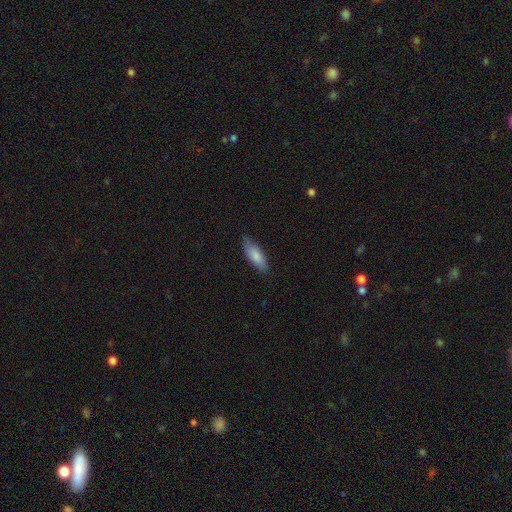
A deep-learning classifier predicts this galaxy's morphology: Smooth or featured: smooth — 80% (featured or disk — 14%)
How rounded: in between — 64% (cigar-shaped — 34%)
Merging: none — 76% (minor disturbance — 20%)